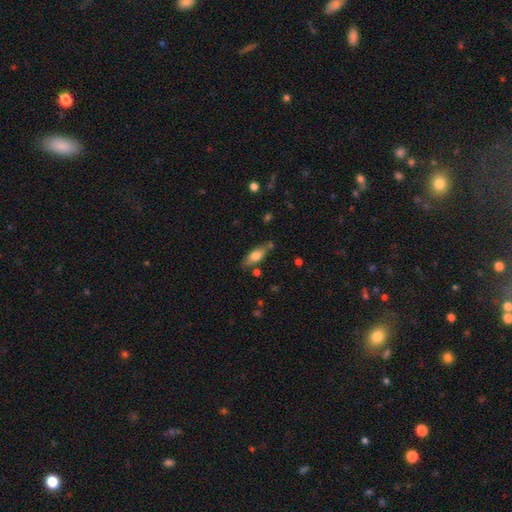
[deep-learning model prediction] smooth 58%, featured or disk 35%, star or artifact 7%. Down the decision tree: how rounded — in between (61%); merging — none (73%).